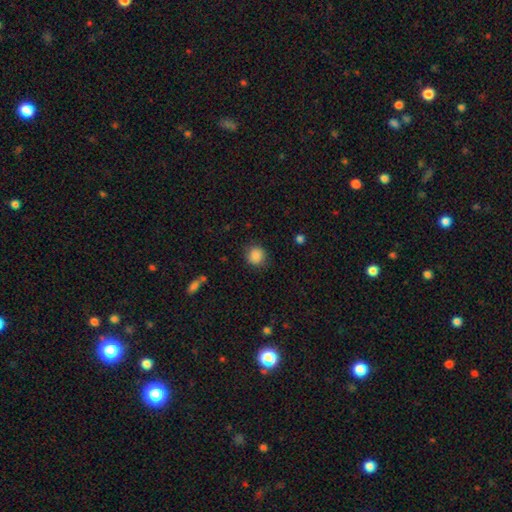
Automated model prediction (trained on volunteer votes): smooth 87%, star or artifact 9%, featured or disk 3%. Down the decision tree: how rounded — round (88%); merging — none (85%).